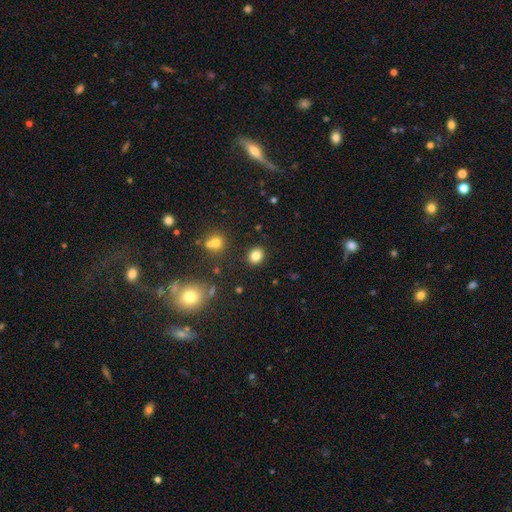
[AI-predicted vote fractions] Smooth or featured: smooth — 82% (star or artifact — 12%)
How rounded: round — 65% (in between — 34%)
Merging: none — 88% (minor disturbance — 7%)